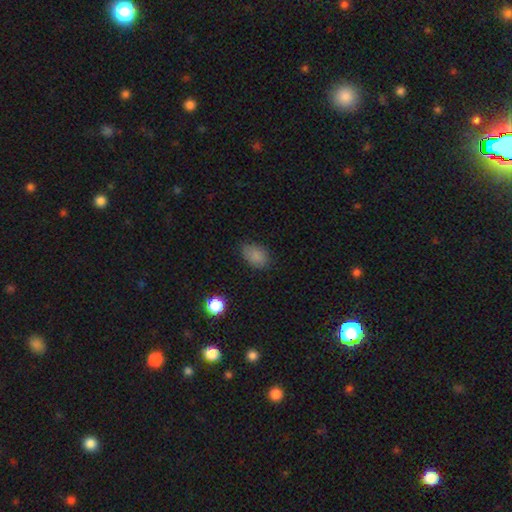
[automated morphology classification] This is clearly a smooth galaxy (84%). How rounded: clearly in between (81%). Merging: likely none (73%).